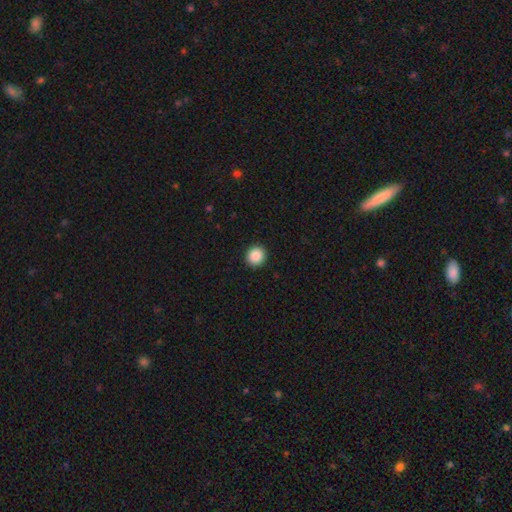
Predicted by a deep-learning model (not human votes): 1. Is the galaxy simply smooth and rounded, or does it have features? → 88% smooth, 9% star or artifact, 3% featured or disk.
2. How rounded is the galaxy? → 88% round, 11% in between, 1% cigar-shaped.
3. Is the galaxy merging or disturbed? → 93% none, 5% minor disturbance, 2% major disturbance, 1% merger.